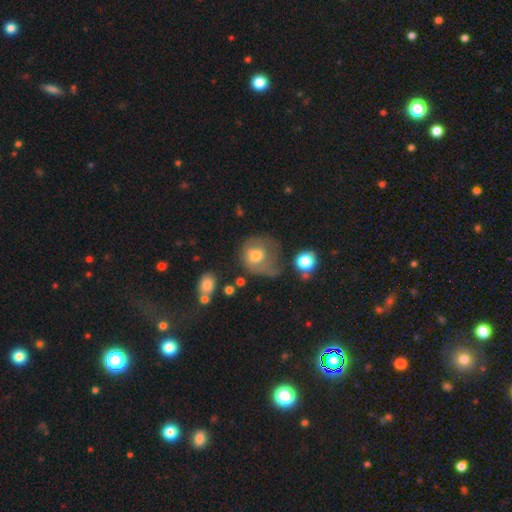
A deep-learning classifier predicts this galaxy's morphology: smooth-or-featured: smooth: 60% | featured or disk: 30% | star or artifact: 10%
  how-rounded: round: 71% | in between: 28% | cigar-shaped: 1%
  merging: major disturbance: 37% | none: 29% | minor disturbance: 25% | merger: 9%